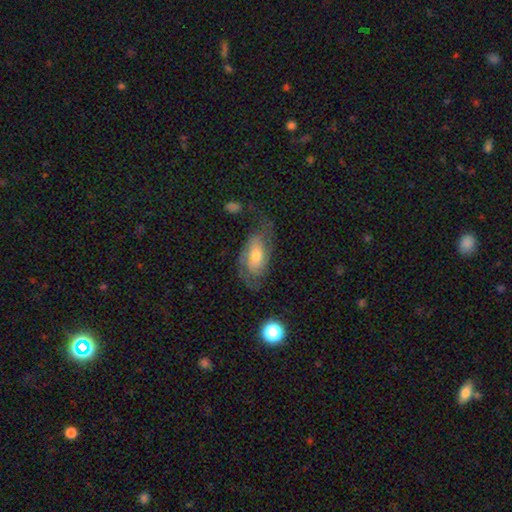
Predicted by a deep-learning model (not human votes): This appears to be a featured or disk galaxy (58%) with no bar (66%), spiral arms (81%) and a moderate central bulge (56%). Merging: none (53%).